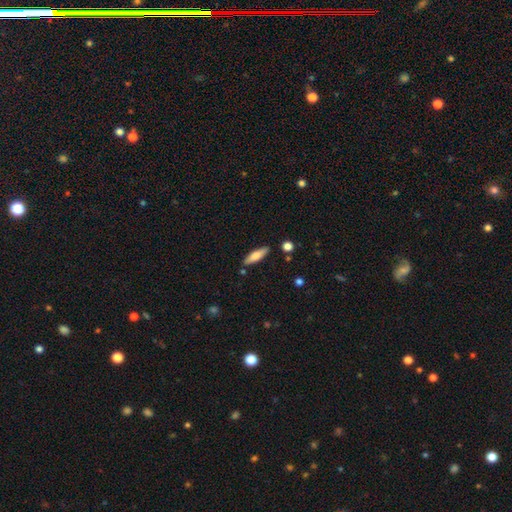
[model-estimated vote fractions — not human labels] Smooth or featured? Predicted: smooth (p=0.64). How rounded? Predicted: cigar-shaped (p=0.63). Merging? Predicted: none (p=0.85).